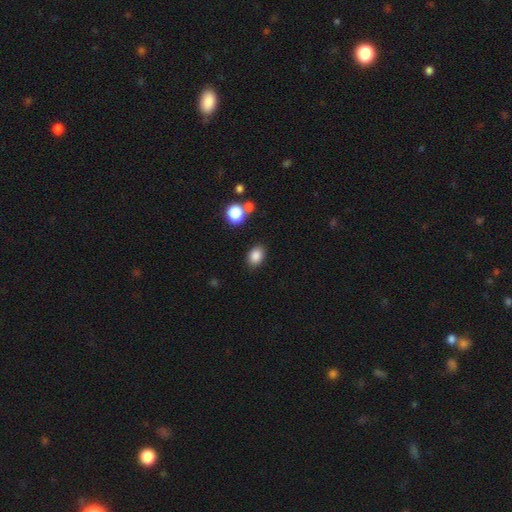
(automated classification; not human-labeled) smooth-or-featured: smooth: 86% | star or artifact: 10% | featured or disk: 4%
  how-rounded: in between: 74% | round: 25% | cigar-shaped: 1%
  merging: none: 85% | minor disturbance: 10% | merger: 3% | major disturbance: 3%